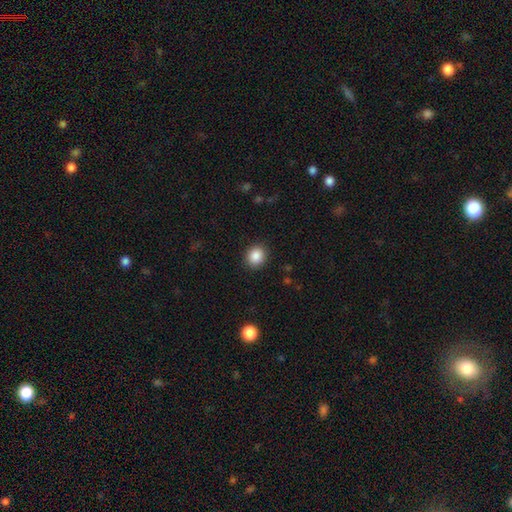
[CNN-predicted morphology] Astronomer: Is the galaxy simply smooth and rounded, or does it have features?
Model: smooth — 87%.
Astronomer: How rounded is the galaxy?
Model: round — 73%.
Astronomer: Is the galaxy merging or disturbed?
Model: none — 90%.